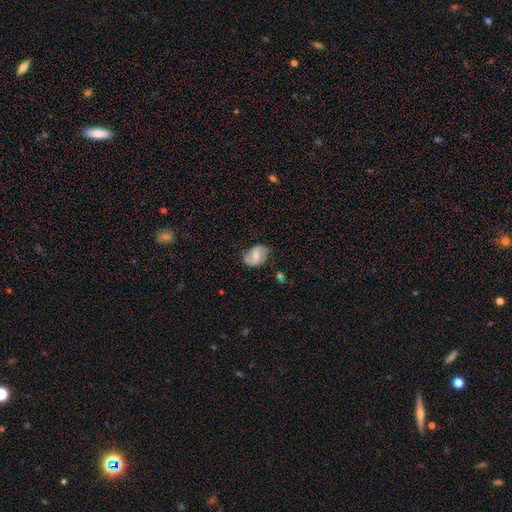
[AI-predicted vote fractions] smooth-or-featured: featured or disk: 66% | smooth: 28% | star or artifact: 6%
  disk-edge-on: no: 97% | yes: 3%
    bar: weak: 46% | no: 35% | strong: 19%
    has-spiral-arms: yes: 86% | no: 14%
      spiral-winding: medium: 44% | loose: 35% | tight: 21%
      spiral-arm-count: 2: 87% | can't tell: 7% | 1: 3% | 3: 1% | 4: 1% | more than 4: 1%
    bulge-size: moderate: 64% | small: 30% | large: 3% | none: 2% | dominant: 1%
  merging: none: 73% | minor disturbance: 20% | major disturbance: 5% | merger: 2%